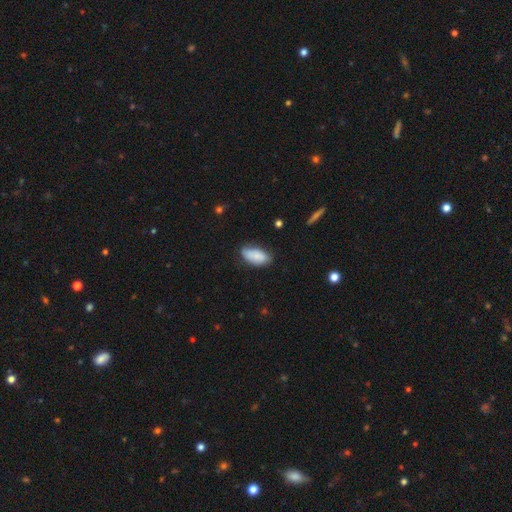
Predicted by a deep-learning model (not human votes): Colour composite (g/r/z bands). It shows a smooth galaxy with no disk features (82%) that is in between round and cigar-shaped (93%). Merging: none (67%).